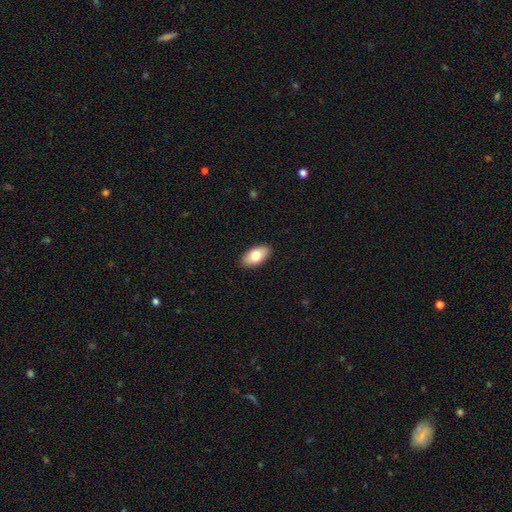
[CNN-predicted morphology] A smooth galaxy with no disk features (77%) that is in between round and cigar-shaped (93%). Merging: none (90%).